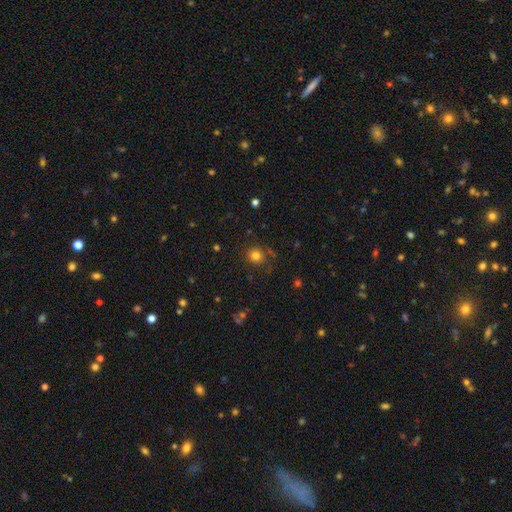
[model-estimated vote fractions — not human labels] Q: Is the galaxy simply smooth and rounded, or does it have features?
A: smooth — 79%.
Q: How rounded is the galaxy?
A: round — 83%.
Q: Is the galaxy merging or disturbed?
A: none — 80%.